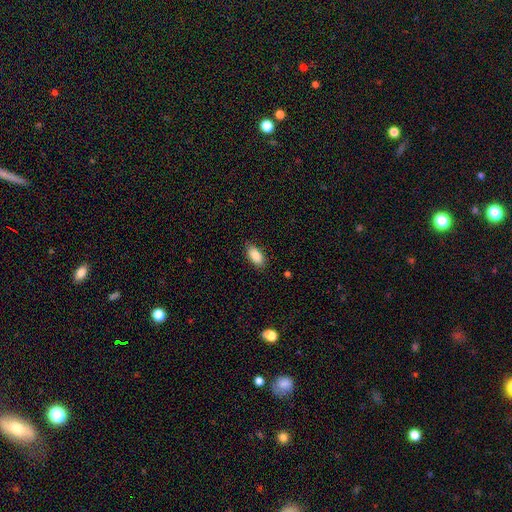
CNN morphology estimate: Smooth or featured?
  - smooth: 87% *
  - star or artifact: 7%
  - featured or disk: 6%
How rounded?
  - in between: 89% *
  - cigar-shaped: 8%
  - round: 3%
Merging?
  - none: 85% *
  - minor disturbance: 11%
  - major disturbance: 3%
  - merger: 1%